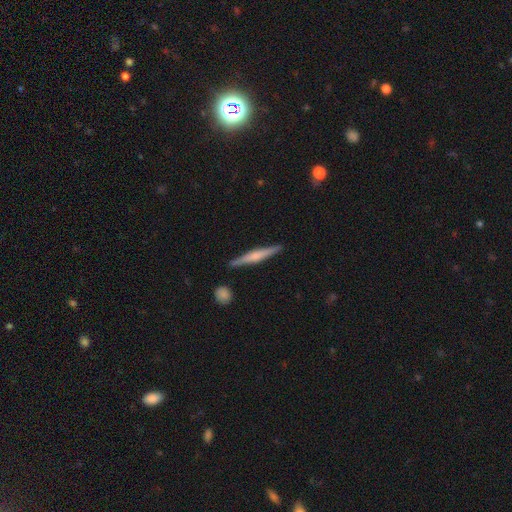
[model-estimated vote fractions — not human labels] The model was most divided on "smooth or featured": featured or disk: 57%, smooth: 38%, star or artifact: 5%. More confident: edge-on disk — yes (98%); merging — none (88%); edge-on bulge — rounded (57%).